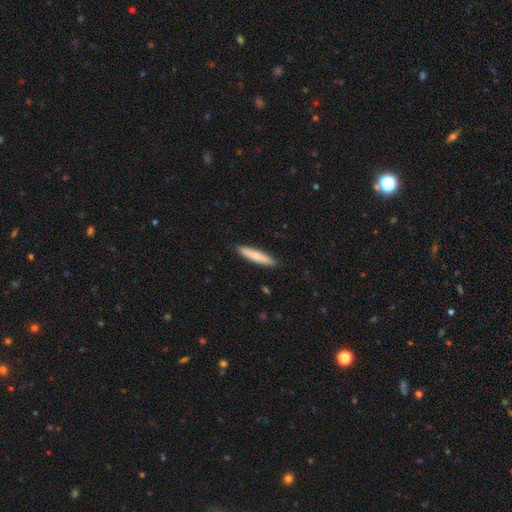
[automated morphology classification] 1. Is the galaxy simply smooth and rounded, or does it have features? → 70% smooth, 25% featured or disk, 6% star or artifact.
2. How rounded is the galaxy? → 85% cigar-shaped, 14% in between, 2% round.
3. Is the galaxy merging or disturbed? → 89% none, 8% minor disturbance, 2% major disturbance, 1% merger.